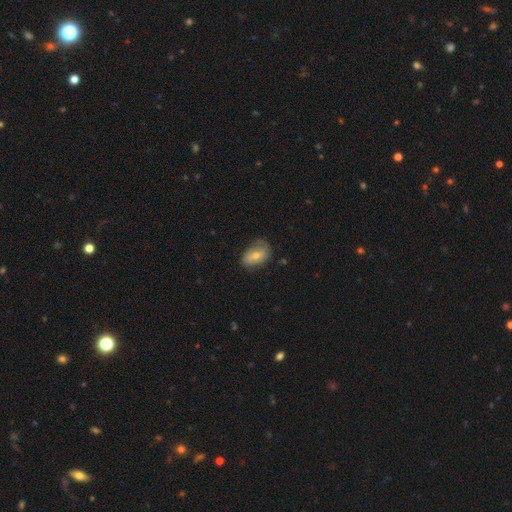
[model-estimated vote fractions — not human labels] Morphology: type=smooth (60%); roundness=in between (86%); merging=none (61%).